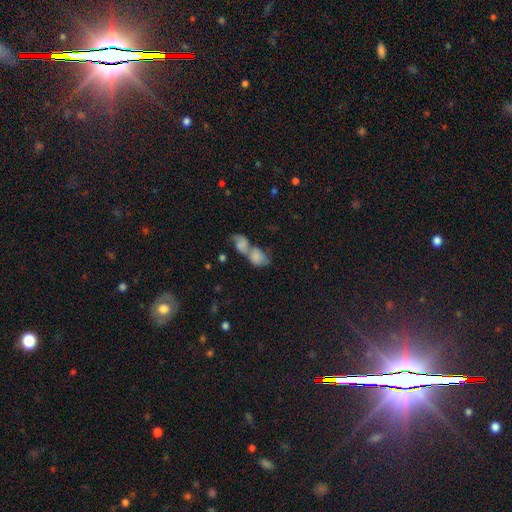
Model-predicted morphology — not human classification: Smooth or featured? smooth (72%)
How rounded? in between (75%)
Merging? merger (79%)